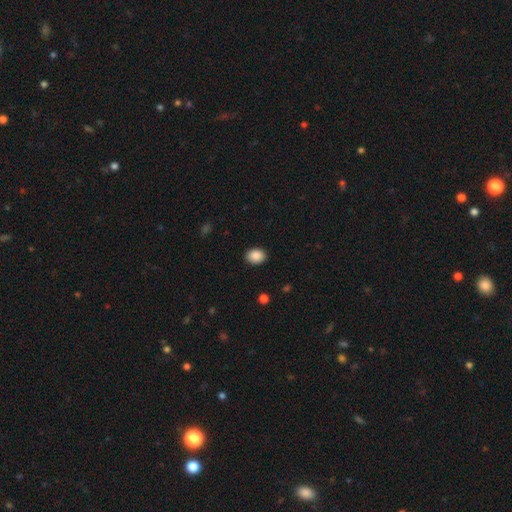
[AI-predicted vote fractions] This appears to be a smooth galaxy with no disk features (89%) that is in between round and cigar-shaped (64%). Merging: none (90%).